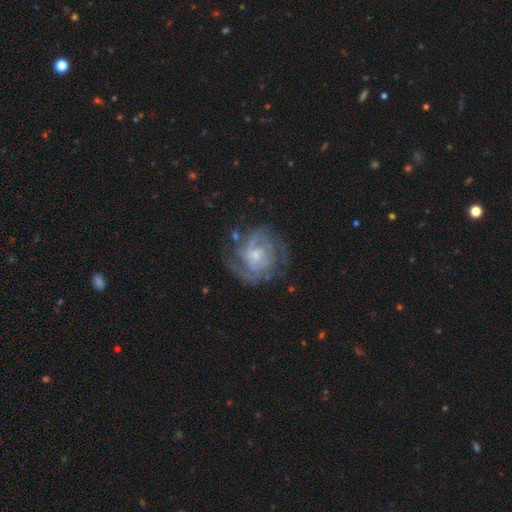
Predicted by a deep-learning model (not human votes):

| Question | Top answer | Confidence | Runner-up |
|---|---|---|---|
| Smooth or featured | featured or disk | 84% | smooth (10%) |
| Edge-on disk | no | 98% | yes (2%) |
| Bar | no | 64% | weak (31%) |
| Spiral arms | yes | 92% | no (8%) |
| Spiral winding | tight | 54% | medium (36%) |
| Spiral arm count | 2 | 33% | can't tell (29%) |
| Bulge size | small | 63% | moderate (27%) |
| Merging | none | 67% | minor disturbance (18%) |